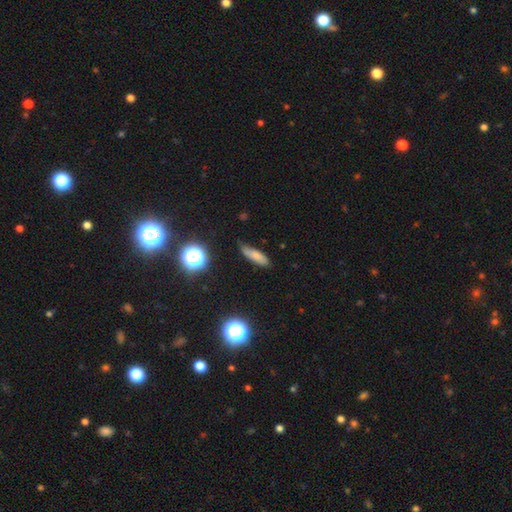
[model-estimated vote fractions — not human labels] smooth 73%, featured or disk 15%, star or artifact 12%. Down the decision tree: how rounded — cigar-shaped (57%); merging — none (64%).